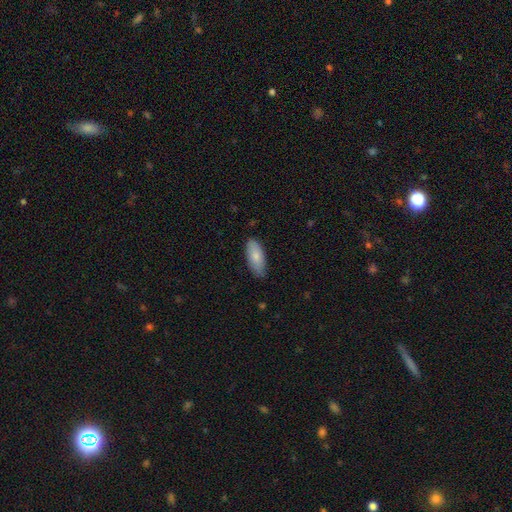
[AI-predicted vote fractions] Smooth or featured? smooth (81%)
How rounded? in between (84%)
Merging? none (78%)